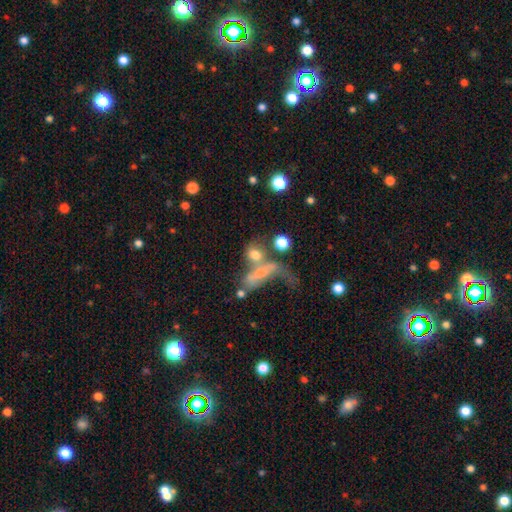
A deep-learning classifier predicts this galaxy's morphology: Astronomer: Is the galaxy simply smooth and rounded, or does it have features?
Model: smooth — 52% (runner-up: featured or disk, 32%).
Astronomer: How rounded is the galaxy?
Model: in between — 50% (runner-up: round, 29%).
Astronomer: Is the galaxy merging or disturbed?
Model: merger — 44% (runner-up: major disturbance, 25%).